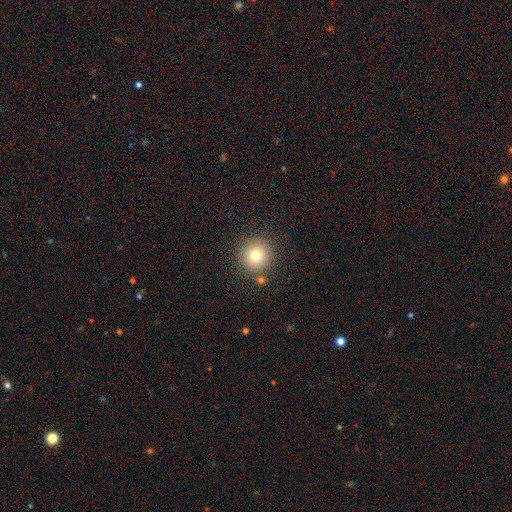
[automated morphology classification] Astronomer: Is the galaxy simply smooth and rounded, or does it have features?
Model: smooth — 76%.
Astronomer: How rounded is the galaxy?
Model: round — 95%.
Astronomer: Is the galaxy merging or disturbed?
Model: none — 85%.